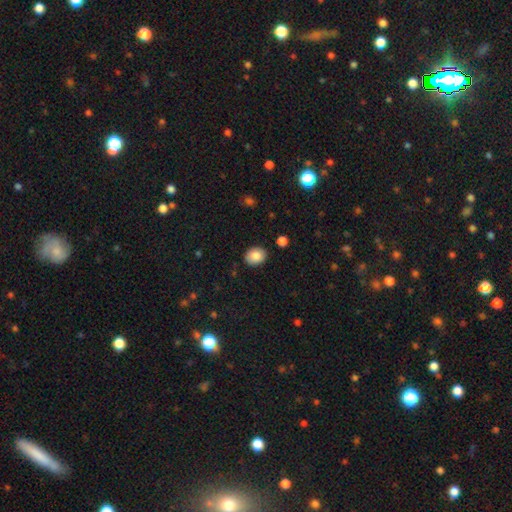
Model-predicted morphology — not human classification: Smooth or featured? Predicted: smooth (p=0.84). How rounded? Predicted: round (p=0.50). Merging? Predicted: none (p=0.87).